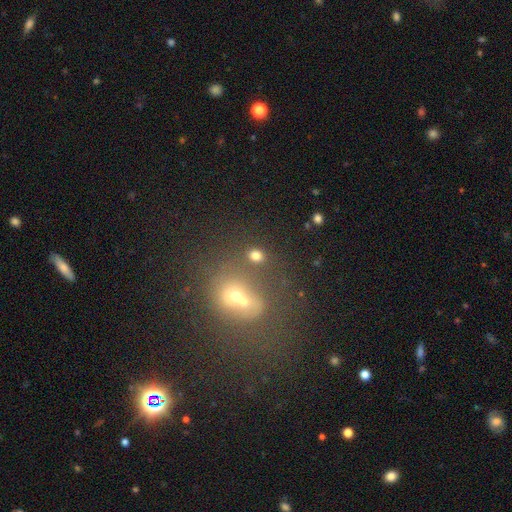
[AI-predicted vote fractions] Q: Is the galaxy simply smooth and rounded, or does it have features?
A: smooth — 74%.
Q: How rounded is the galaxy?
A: round — 65%.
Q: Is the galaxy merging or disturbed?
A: none — 65%.